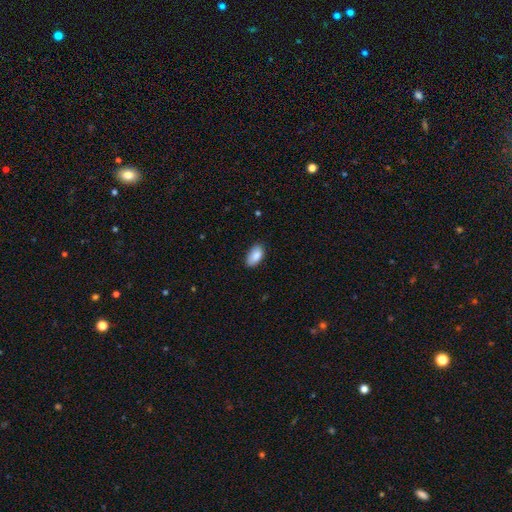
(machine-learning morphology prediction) This appears to be a smooth galaxy with no disk features (87%) that is in between round and cigar-shaped (94%). Merging: none (81%).